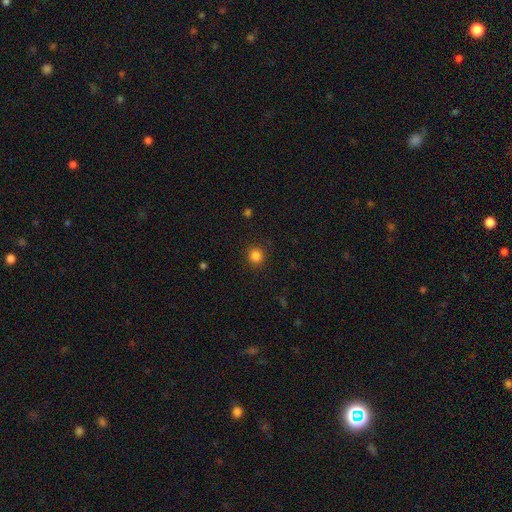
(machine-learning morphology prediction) smooth_or_featured: smooth (p=0.84) [alt: star or artifact p=0.12]
how_rounded: round (p=0.91) [alt: in between p=0.08]
merging: none (p=0.90) [alt: minor disturbance p=0.07]